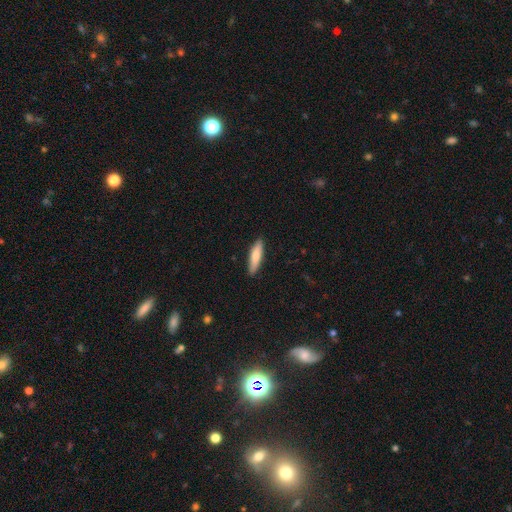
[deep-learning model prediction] Smooth or featured: smooth — 78% (featured or disk — 17%)
How rounded: cigar-shaped — 74% (in between — 24%)
Merging: none — 89% (minor disturbance — 8%)